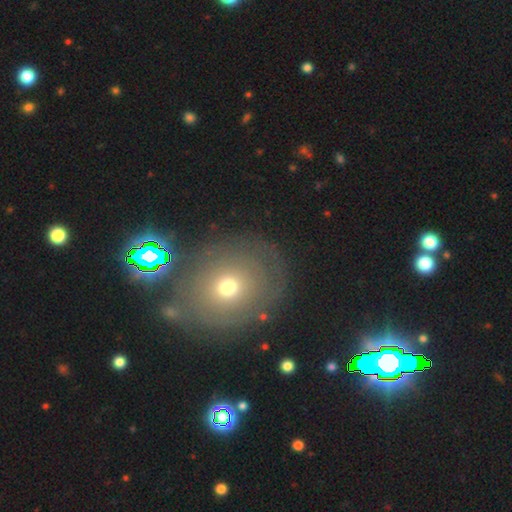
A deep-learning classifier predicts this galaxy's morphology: smooth 38%, star or artifact 34%, featured or disk 27%. Down the decision tree: merging — none (83%).